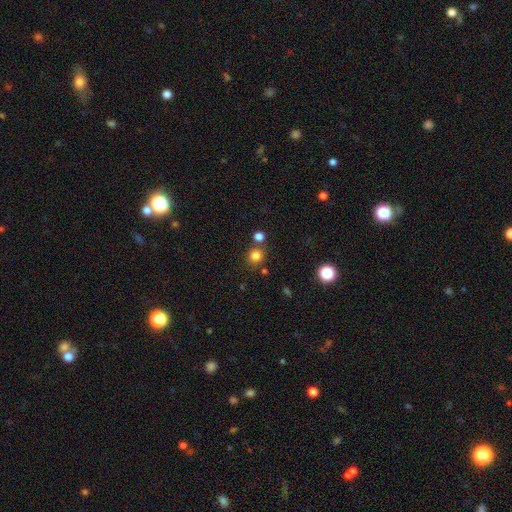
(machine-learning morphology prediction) A smooth galaxy with no disk features (80%) that is round (91%). Merging: none (76%).